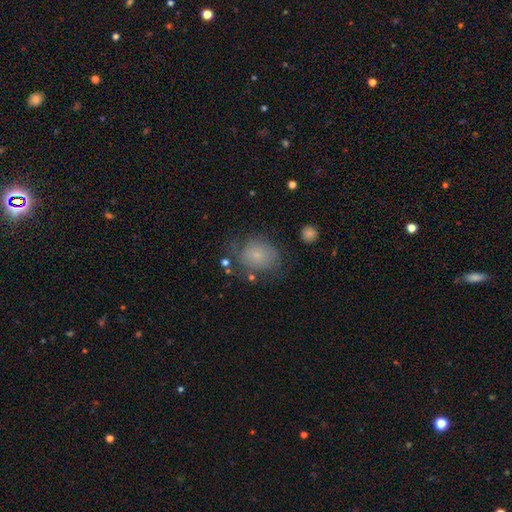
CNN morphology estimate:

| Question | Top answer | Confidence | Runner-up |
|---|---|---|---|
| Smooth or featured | smooth | 65% | featured or disk (23%) |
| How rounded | round | 60% | in between (39%) |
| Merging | none | 58% | minor disturbance (24%) |